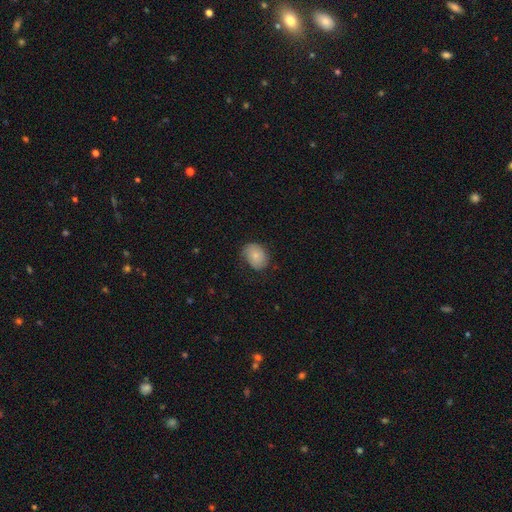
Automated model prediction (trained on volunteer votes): This is likely a smooth galaxy (74%). How rounded: possibly in between (57%). Merging: likely none (63%).